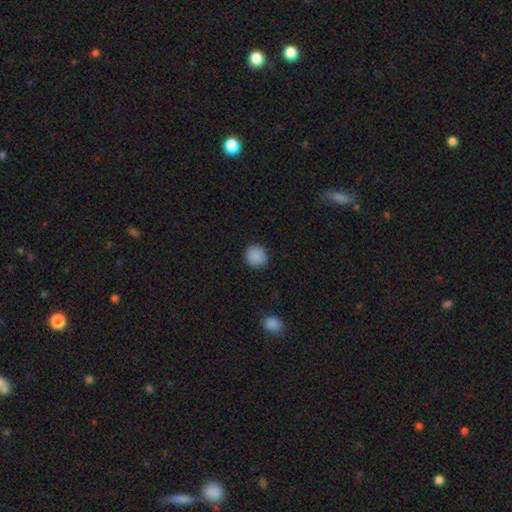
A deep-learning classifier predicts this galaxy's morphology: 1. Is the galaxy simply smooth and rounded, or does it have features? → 89% smooth, 8% star or artifact, 3% featured or disk.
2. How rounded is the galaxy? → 94% round, 5% in between, 1% cigar-shaped.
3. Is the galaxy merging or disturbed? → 92% none, 5% minor disturbance, 2% major disturbance, 1% merger.